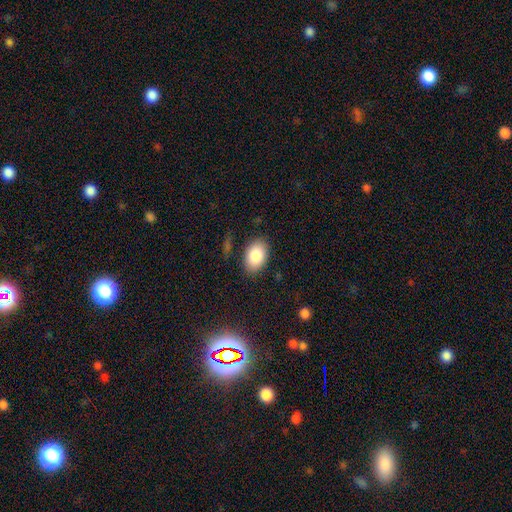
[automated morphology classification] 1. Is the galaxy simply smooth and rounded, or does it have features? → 85% smooth, 8% featured or disk, 7% star or artifact.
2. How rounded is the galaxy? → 88% in between, 11% round, 1% cigar-shaped.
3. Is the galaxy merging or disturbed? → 85% none, 11% minor disturbance, 3% major disturbance, 1% merger.